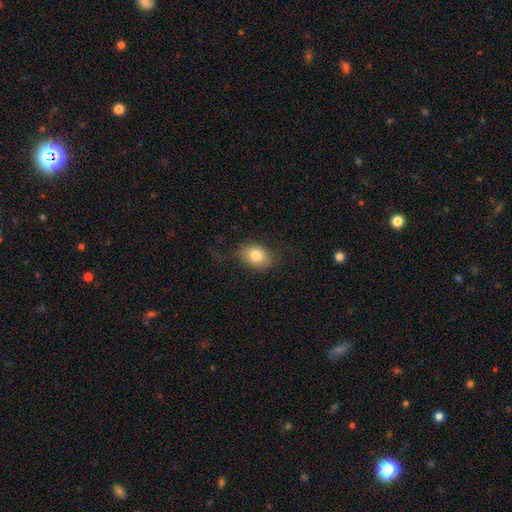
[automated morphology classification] A smooth galaxy with no disk features (80%) that is in between round and cigar-shaped (68%).

Vote fractions:
- Smooth or featured? smooth: 80% / featured or disk: 12% / star or artifact: 8%
- How rounded? in between: 68% / round: 31% / cigar-shaped: 1%
- Merging? none: 73% / minor disturbance: 18% / major disturbance: 7% / merger: 1%